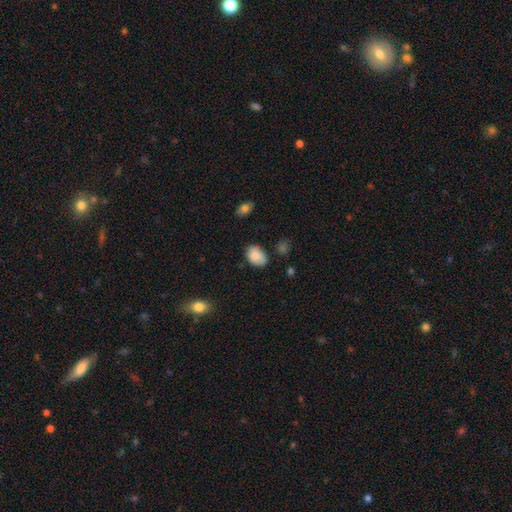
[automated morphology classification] Smooth or featured? Predicted: smooth (p=0.86). How rounded? Predicted: in between (p=0.84). Merging? Predicted: none (p=0.74).